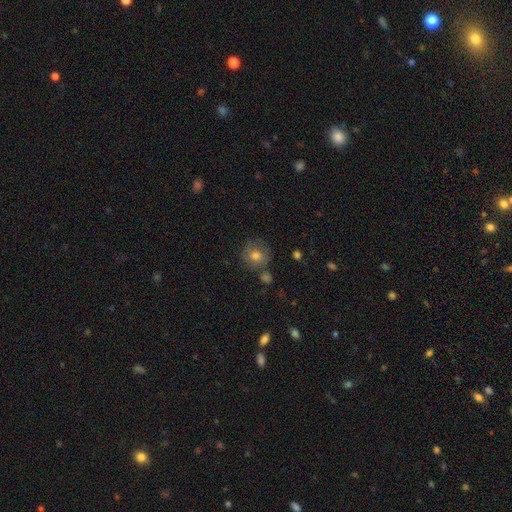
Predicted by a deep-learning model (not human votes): Overall: smooth (74%). How rounded: round (89%). Merging: none (75%).